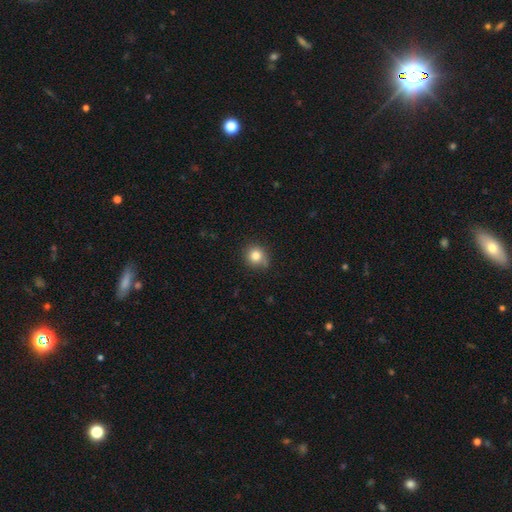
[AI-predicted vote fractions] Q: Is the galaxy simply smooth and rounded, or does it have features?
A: smooth — 81%.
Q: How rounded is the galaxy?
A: round — 87%.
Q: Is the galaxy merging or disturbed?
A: none — 75%.